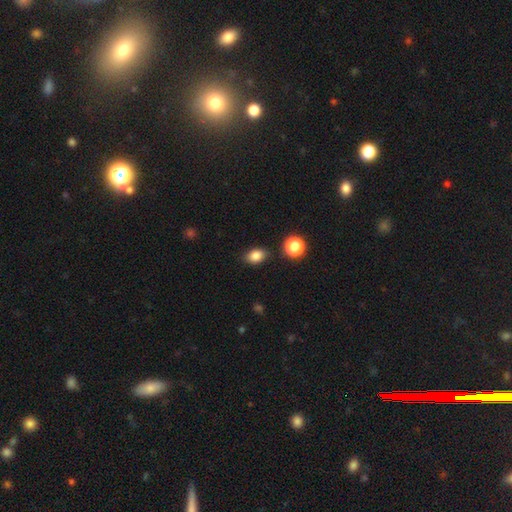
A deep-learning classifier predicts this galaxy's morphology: Smooth or featured? Predicted: smooth (p=0.84). How rounded? Predicted: in between (p=0.74). Merging? Predicted: none (p=0.84).